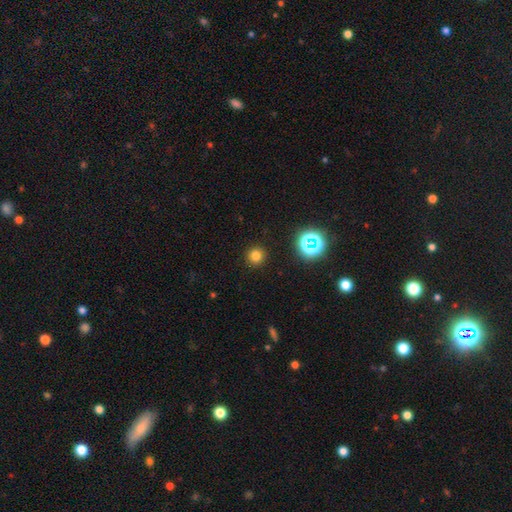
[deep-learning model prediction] The model was most divided on "smooth or featured": smooth: 76%, star or artifact: 18%, featured or disk: 5%. More confident: how rounded — round (94%); merging — none (91%).